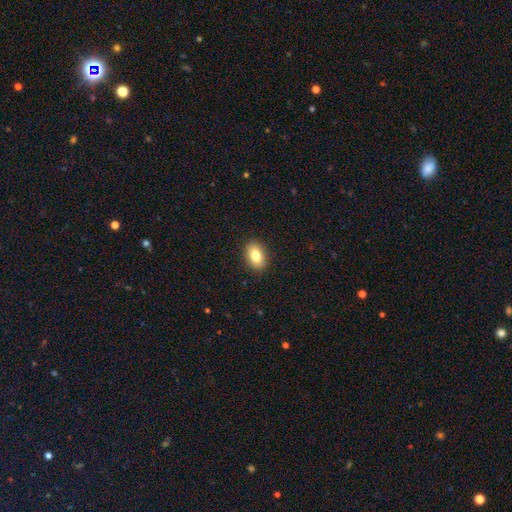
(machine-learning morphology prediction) Smooth or featured? Predicted: smooth (p=0.82). How rounded? Predicted: in between (p=0.85). Merging? Predicted: none (p=0.89).